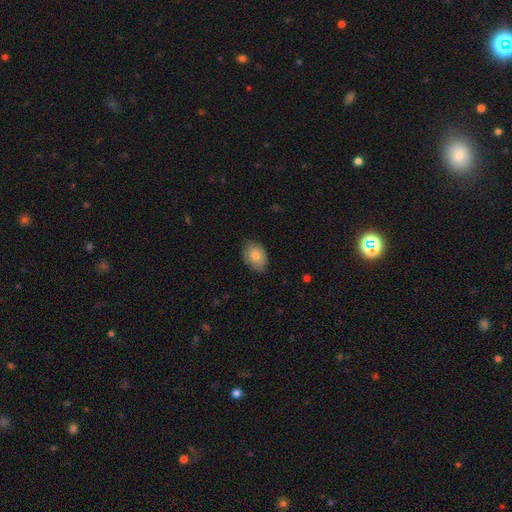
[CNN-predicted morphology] The model was most divided on "merging": none: 77%, minor disturbance: 19%, major disturbance: 3%, merger: 1%. More confident: how rounded — in between (84%); smooth or featured — smooth (81%).